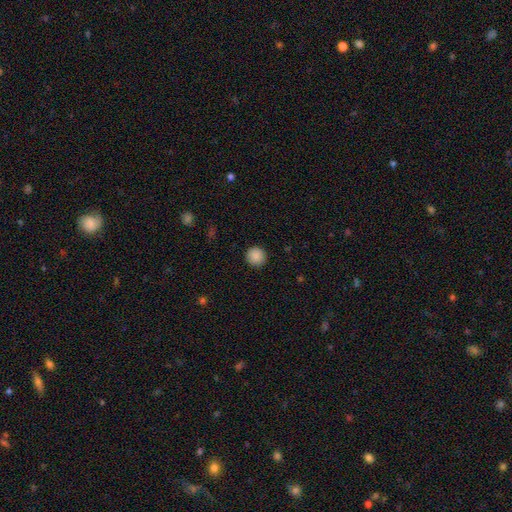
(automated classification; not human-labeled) The model was most divided on "smooth or featured": smooth: 89%, star or artifact: 9%, featured or disk: 3%. More confident: how rounded — round (94%); merging — none (92%).